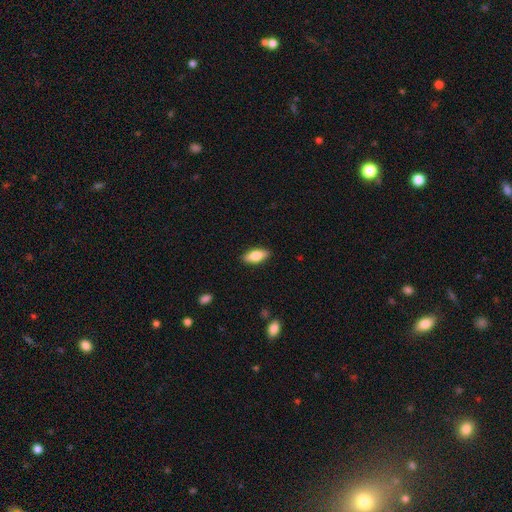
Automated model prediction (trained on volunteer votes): Smooth or featured? Predicted: smooth (p=0.78). How rounded? Predicted: in between (p=0.82). Merging? Predicted: none (p=0.89).